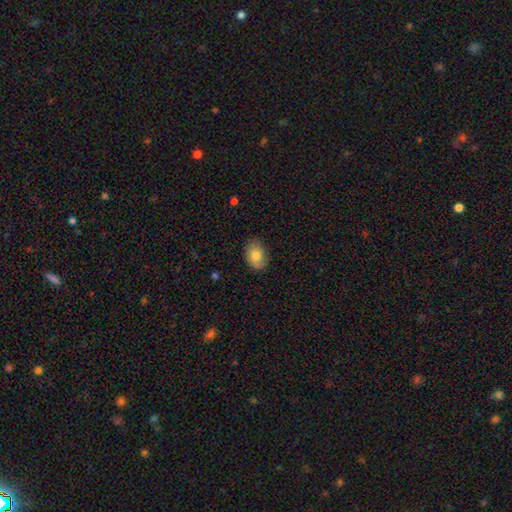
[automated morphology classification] This is likely a smooth galaxy (79%). How rounded: clearly in between (82%). Merging: clearly none (83%).